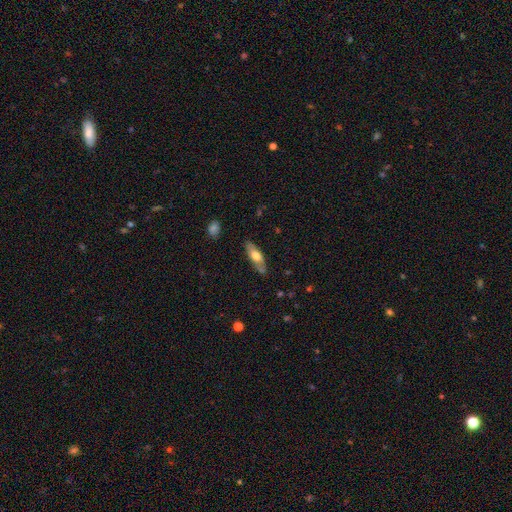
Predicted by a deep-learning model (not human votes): smooth 59%, featured or disk 35%, star or artifact 6%. Down the decision tree: how rounded — in between (58%); merging — none (76%).